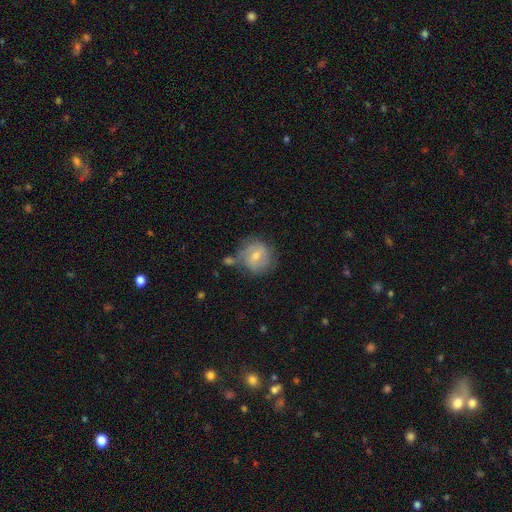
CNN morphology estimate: Overall: smooth (50%; featured or disk 43%). Merging: none (49%; minor disturbance 23%).